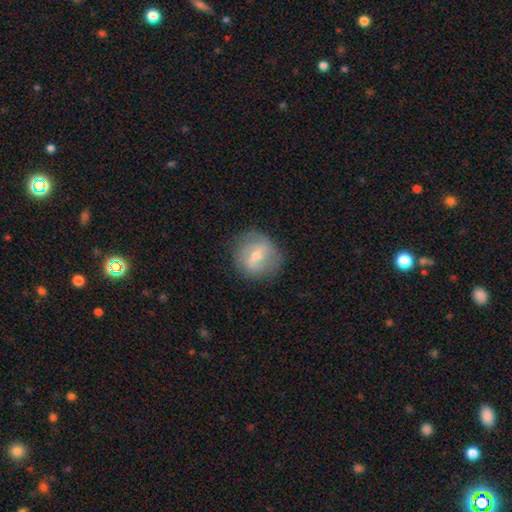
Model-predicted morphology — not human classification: A featured or disk galaxy (55%) with a weak bar (51%), spiral arms (66%) and a small central bulge (52%). Merging: none (78%).